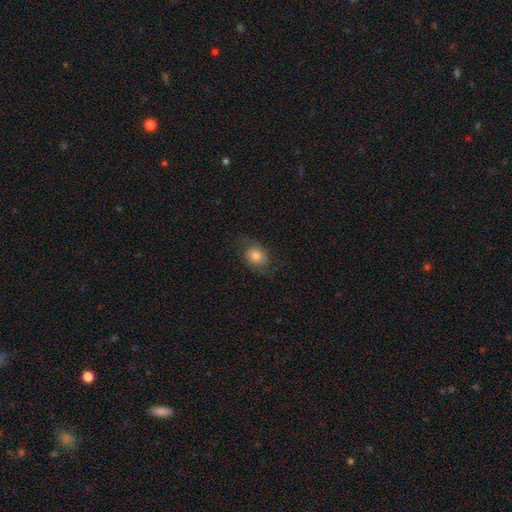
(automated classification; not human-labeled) This is likely a smooth galaxy (73%). How rounded: possibly in between (52%). Merging: likely none (67%).